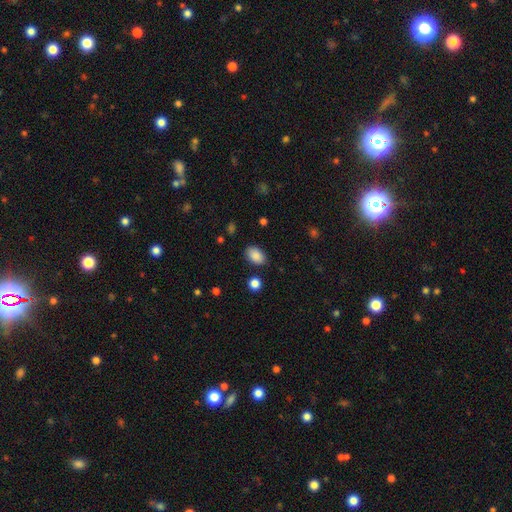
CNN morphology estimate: Smooth or featured? smooth (88%)
How rounded? in between (87%)
Merging? none (84%)